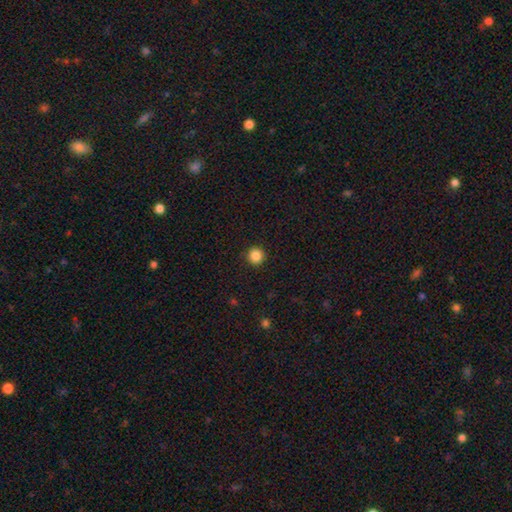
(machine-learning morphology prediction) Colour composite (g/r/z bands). It shows a smooth galaxy with no disk features (86%) that is round (95%). Merging: none (92%).